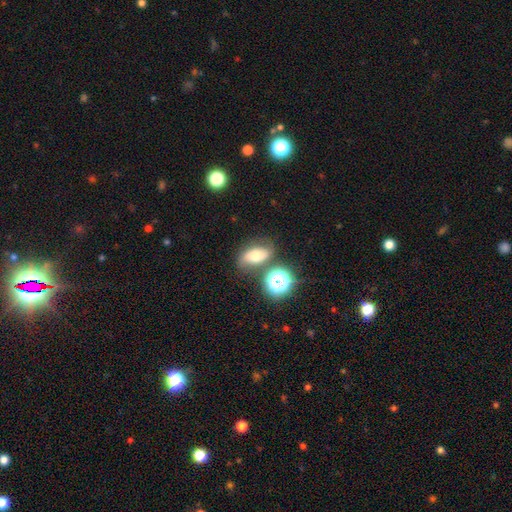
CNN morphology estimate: Q: Smooth or featured?
A: smooth (54%); runner-up: featured or disk (28%)
Q: How rounded?
A: in between (71%); runner-up: round (25%)
Q: Merging?
A: none (68%); runner-up: minor disturbance (16%)